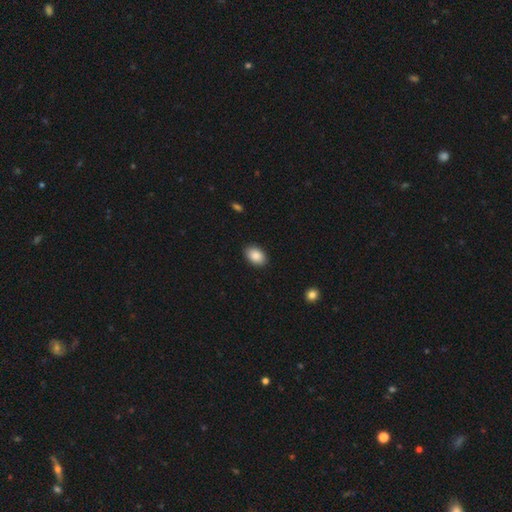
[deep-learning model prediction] This appears to be a smooth galaxy with no disk features (88%) that is in between round and cigar-shaped (86%). Merging: none (89%).